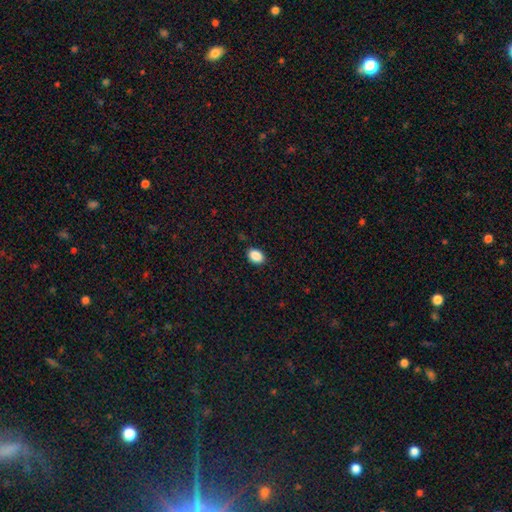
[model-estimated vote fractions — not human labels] This appears to be a smooth galaxy with no disk features (89%) that is in between round and cigar-shaped (77%). Merging: none (88%).